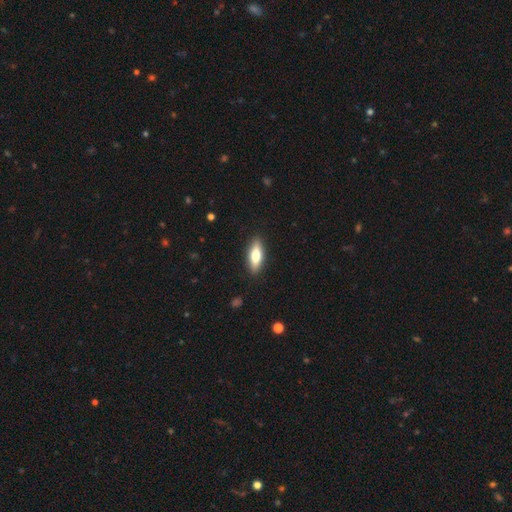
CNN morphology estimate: smooth-or-featured: smooth: 68% | featured or disk: 26% | star or artifact: 6%
  how-rounded: in between: 63% | cigar-shaped: 35% | round: 2%
  merging: none: 89% | minor disturbance: 8% | major disturbance: 2% | merger: 1%